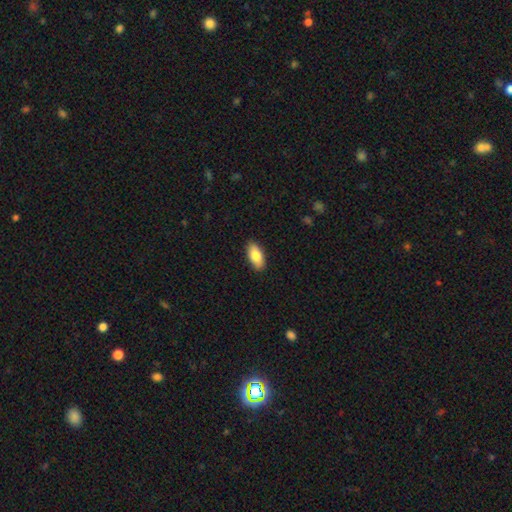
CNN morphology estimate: Smooth or featured?
  - smooth: 82% *
  - featured or disk: 12%
  - star or artifact: 6%
How rounded?
  - in between: 91% *
  - cigar-shaped: 6%
  - round: 3%
Merging?
  - none: 88% *
  - minor disturbance: 10%
  - major disturbance: 2%
  - merger: 1%